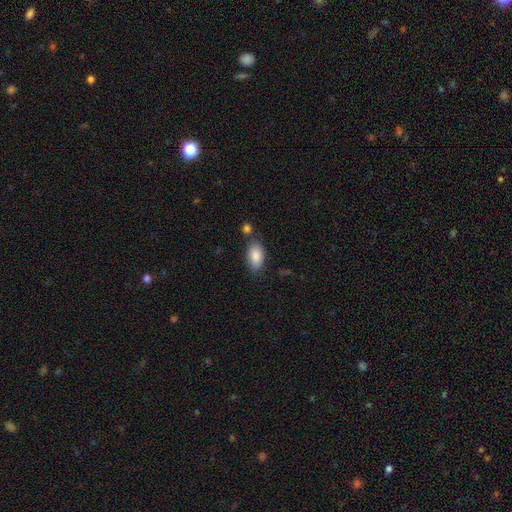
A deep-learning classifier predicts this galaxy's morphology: A smooth galaxy with no disk features (87%) that is in between round and cigar-shaped (93%).

Vote fractions:
- Smooth or featured? smooth: 87% / featured or disk: 7% / star or artifact: 6%
- How rounded? in between: 93% / round: 5% / cigar-shaped: 3%
- Merging? none: 69% / minor disturbance: 17% / merger: 10% / major disturbance: 5%